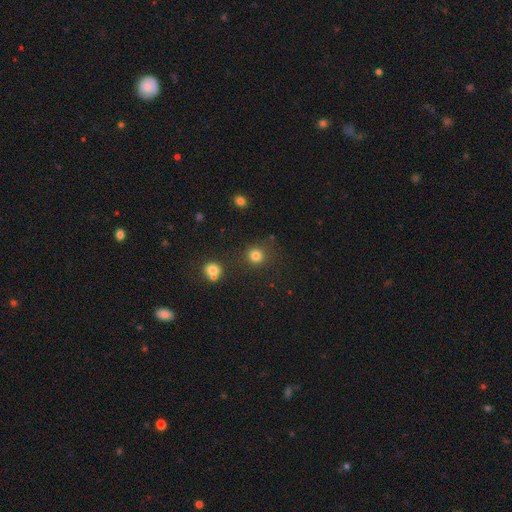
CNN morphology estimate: Overall: smooth (81%). How rounded: round (91%). Merging: none (81%).